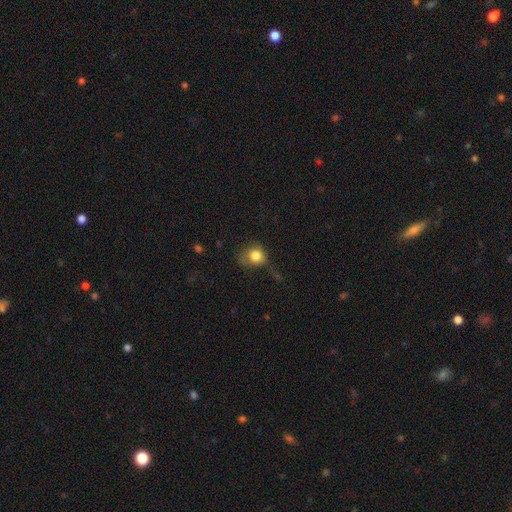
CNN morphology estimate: smooth-or-featured: smooth: 80% | featured or disk: 10% | star or artifact: 10%
  how-rounded: round: 70% | in between: 29% | cigar-shaped: 1%
  merging: none: 37% | minor disturbance: 31% | major disturbance: 27% | merger: 4%